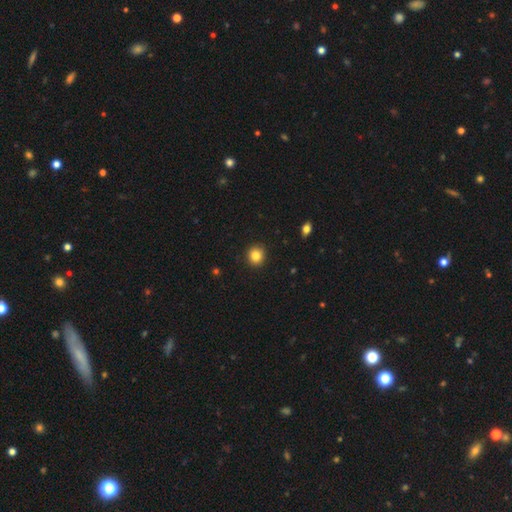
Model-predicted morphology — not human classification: smooth 84%, star or artifact 11%, featured or disk 5%. Down the decision tree: how rounded — round (89%); merging — none (92%).